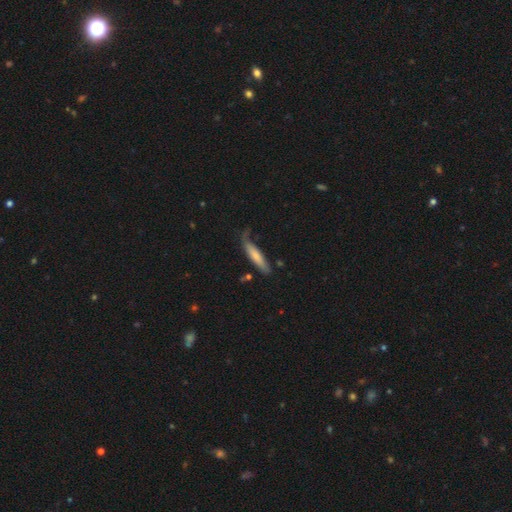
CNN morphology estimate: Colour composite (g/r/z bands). It shows a smooth galaxy with no disk features (68%) that is cigar-shaped (84%). Merging: none (56%).